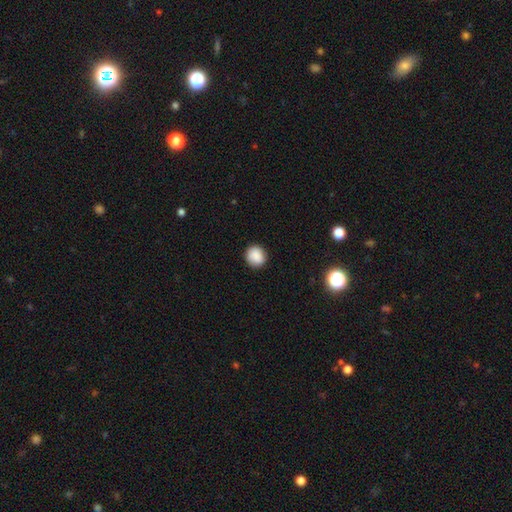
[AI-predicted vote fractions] Morphology: type=smooth (88%); roundness=round (86%); merging=none (89%).